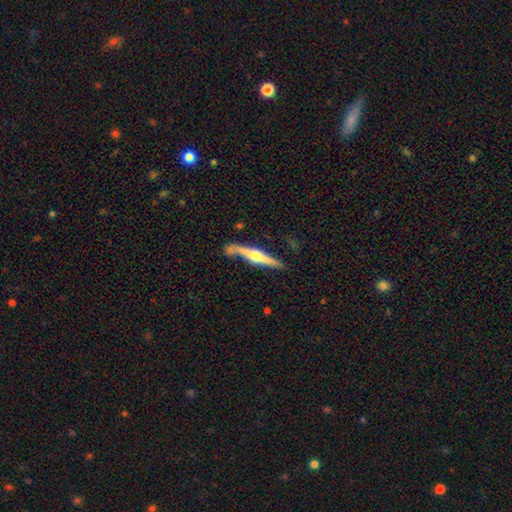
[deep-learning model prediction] This is likely a featured or disk galaxy (72%). It is clearly viewed edge-on (96%). Edge-on bulge: clearly rounded (92%). Merging: likely none (71%).